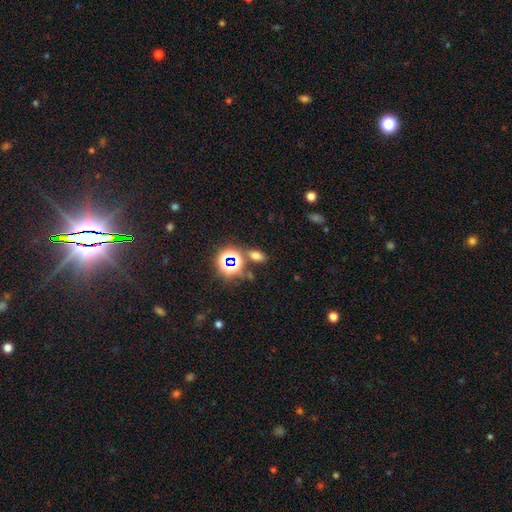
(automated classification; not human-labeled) A smooth galaxy with no disk features (60%) that is in between round and cigar-shaped (80%). Merging: none (76%).